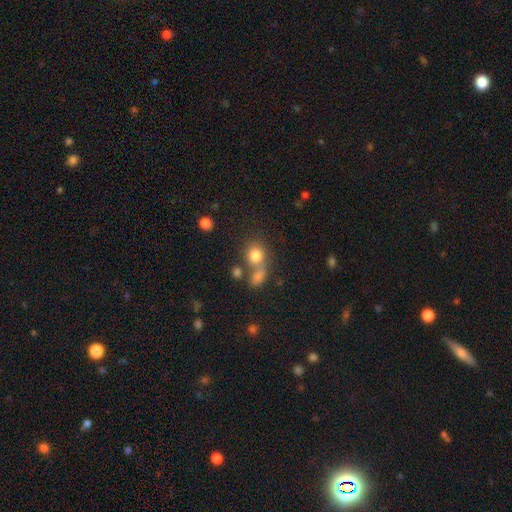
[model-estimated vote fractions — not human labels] A smooth galaxy with no disk features (79%) that is round (71%). Merging: none (41%).